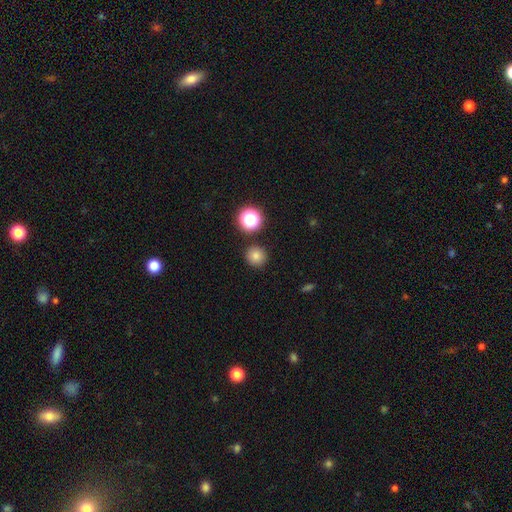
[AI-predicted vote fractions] This is likely a smooth galaxy (80%). How rounded: clearly round (94%). Merging: clearly none (89%).